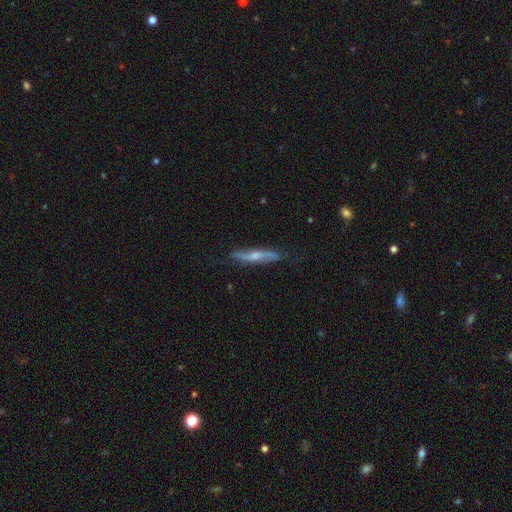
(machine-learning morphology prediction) A featured or disk galaxy (61%) viewed edge-on (73%).

Vote fractions:
- Smooth or featured? featured or disk: 61% / smooth: 33% / star or artifact: 6%
- Edge-on disk? yes: 73% / no: 27%
- Merging? none: 77% / minor disturbance: 18% / major disturbance: 3% / merger: 1%